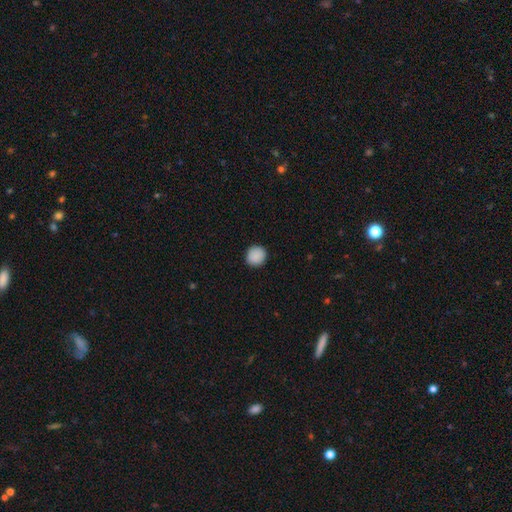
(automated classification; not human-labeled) Smooth or featured? smooth (89%)
How rounded? round (92%)
Merging? none (92%)